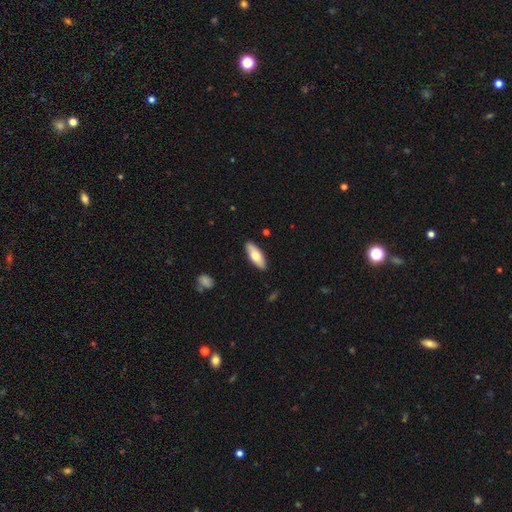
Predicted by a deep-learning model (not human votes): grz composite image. It shows a smooth galaxy with no disk features (67%) that is in between round and cigar-shaped (66%). Merging: none (89%).